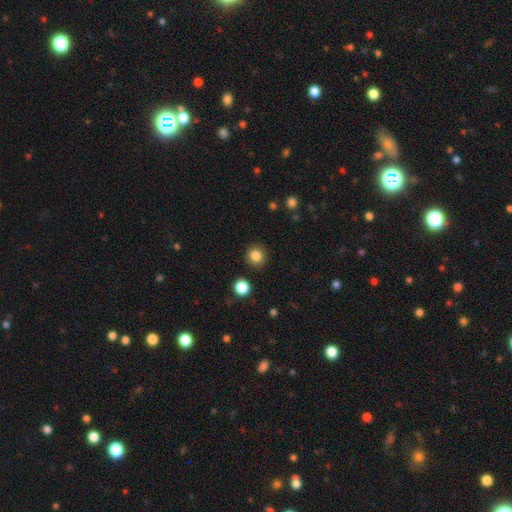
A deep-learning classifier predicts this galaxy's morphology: type=smooth (84%); roundness=round (91%); merging=none (91%).